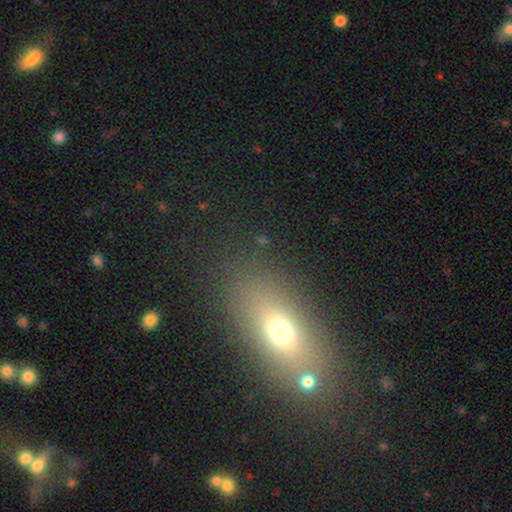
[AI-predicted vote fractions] smooth 62%, star or artifact 19%, featured or disk 19%. Down the decision tree: how rounded — in between (72%); merging — none (78%).